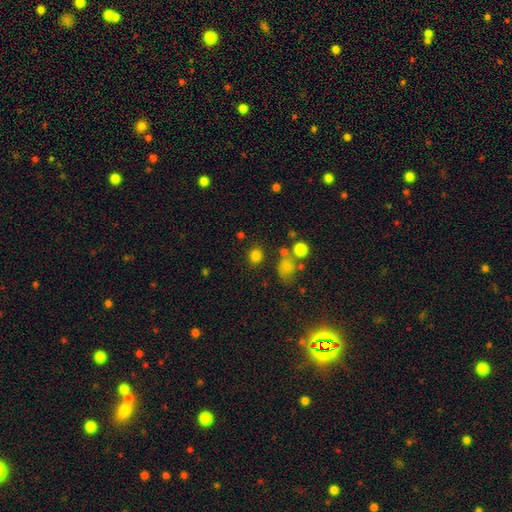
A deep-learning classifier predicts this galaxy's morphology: type=smooth (80%); roundness=round (75%); merging=none (80%).